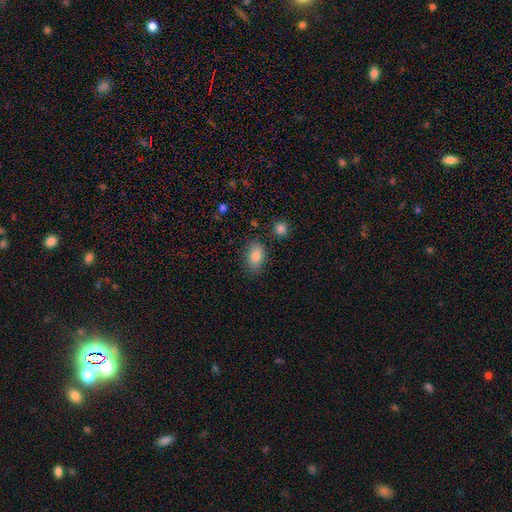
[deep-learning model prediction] Smooth or featured? smooth (84%)
How rounded? in between (88%)
Merging? none (81%)